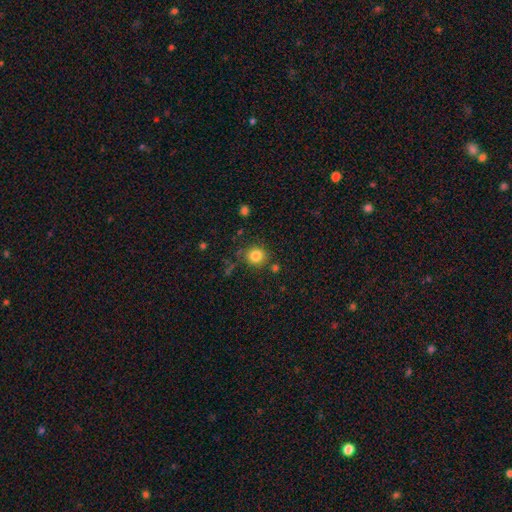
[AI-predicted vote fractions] Smooth or featured: smooth — 83% (star or artifact — 11%)
How rounded: round — 84% (in between — 16%)
Merging: none — 81% (minor disturbance — 11%)